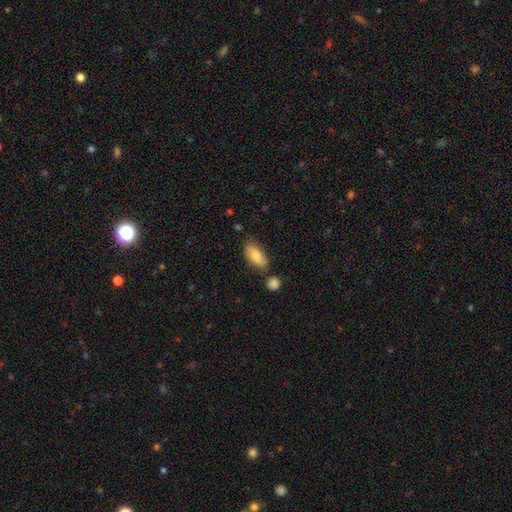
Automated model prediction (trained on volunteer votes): A smooth galaxy with no disk features (77%) that is in between round and cigar-shaped (84%). Merging: none (74%).